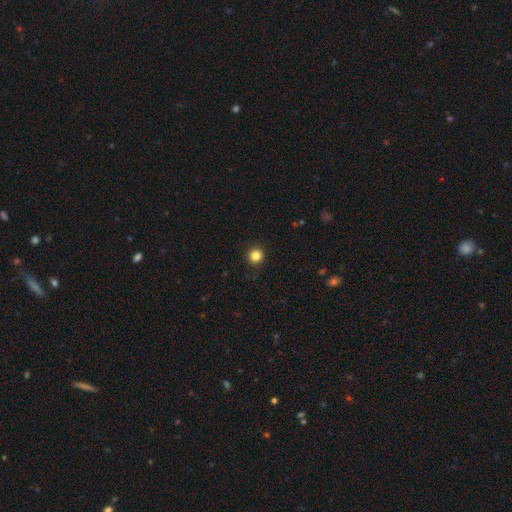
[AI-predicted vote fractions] Smooth or featured?
  - smooth: 84% *
  - star or artifact: 12%
  - featured or disk: 4%
How rounded?
  - round: 95% *
  - in between: 4%
  - cigar-shaped: 1%
Merging?
  - none: 92% *
  - minor disturbance: 5%
  - major disturbance: 2%
  - merger: 1%